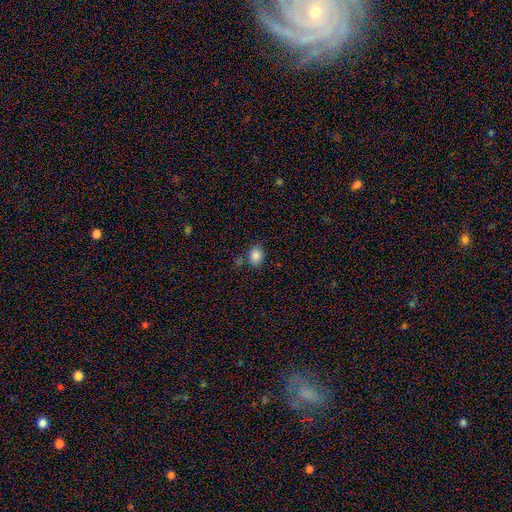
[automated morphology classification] Smooth or featured: smooth — 85% (star or artifact — 10%)
How rounded: in between — 52% (round — 47%)
Merging: none — 76% (minor disturbance — 15%)